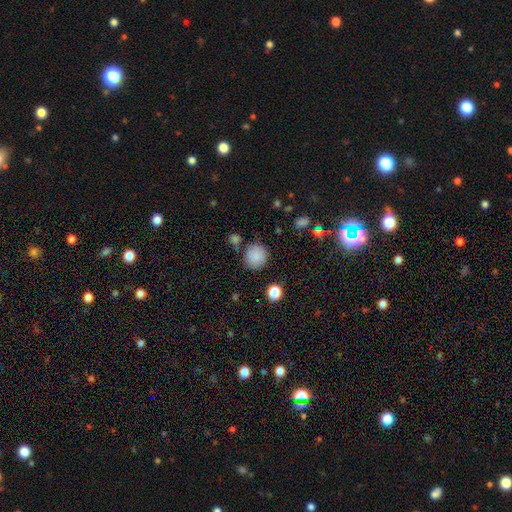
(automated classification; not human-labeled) A smooth galaxy with no disk features (85%) that is round (90%).

Vote fractions:
- Smooth or featured? smooth: 85% / star or artifact: 9% / featured or disk: 6%
- How rounded? round: 90% / in between: 9% / cigar-shaped: 1%
- Merging? none: 78% / minor disturbance: 12% / merger: 7% / major disturbance: 4%